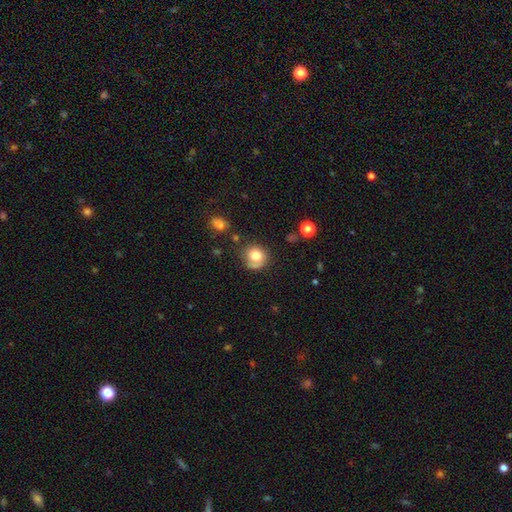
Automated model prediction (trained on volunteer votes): Q: Smooth or featured?
A: smooth (74%); runner-up: featured or disk (16%)
Q: How rounded?
A: round (83%); runner-up: in between (17%)
Q: Merging?
A: none (58%); runner-up: minor disturbance (23%)